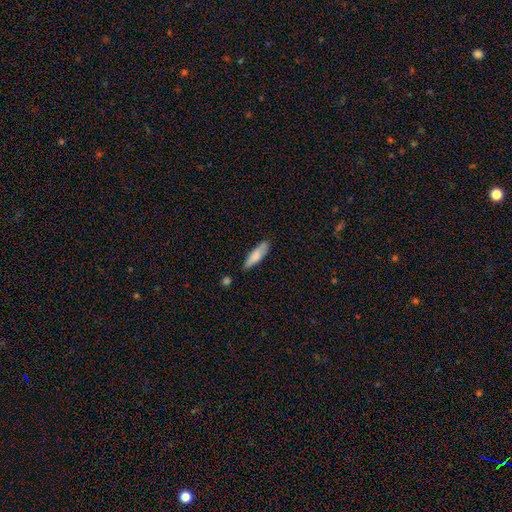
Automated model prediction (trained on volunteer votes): Overall: smooth (80%). How rounded: cigar-shaped (62%; in between 36%). Merging: none (76%).